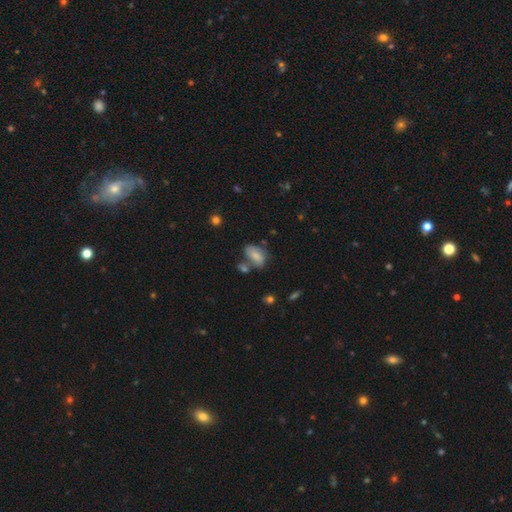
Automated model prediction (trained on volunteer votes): Smooth or featured: smooth — 74% (featured or disk — 17%)
How rounded: in between — 89% (round — 8%)
Merging: none — 46% (minor disturbance — 23%)